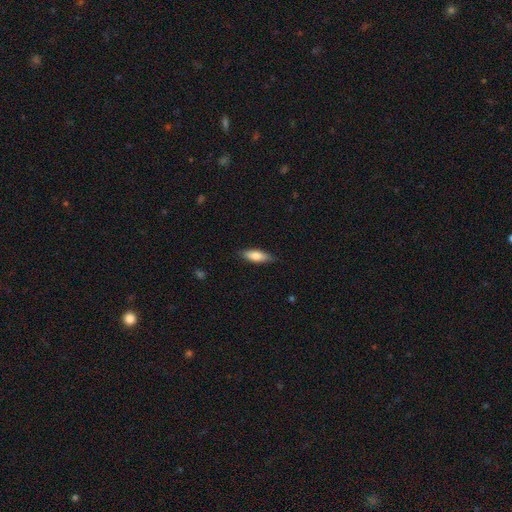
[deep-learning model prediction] Smooth or featured: smooth — 78% (featured or disk — 16%)
How rounded: in between — 63% (cigar-shaped — 35%)
Merging: none — 82% (minor disturbance — 14%)